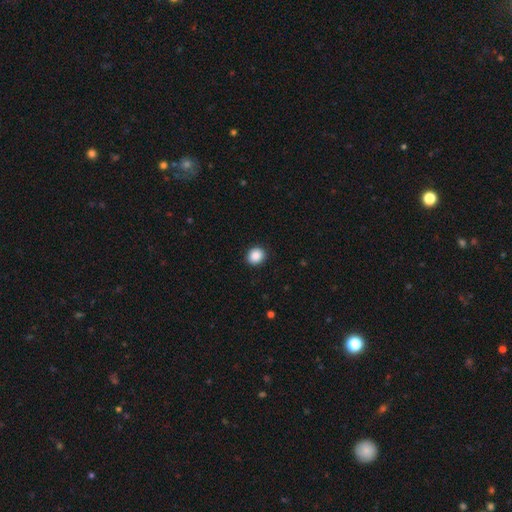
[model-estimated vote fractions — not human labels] Smooth or featured?
  - smooth: 88% *
  - star or artifact: 9%
  - featured or disk: 3%
How rounded?
  - round: 80% *
  - in between: 20%
  - cigar-shaped: 1%
Merging?
  - none: 91% *
  - minor disturbance: 6%
  - major disturbance: 2%
  - merger: 1%